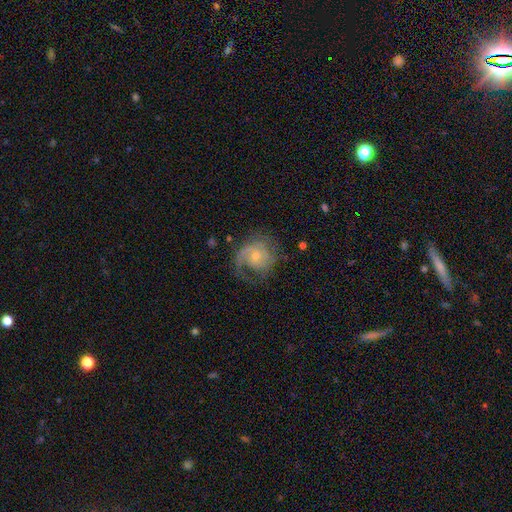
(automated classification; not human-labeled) smooth_or_featured: featured or disk (p=0.79) [alt: smooth p=0.14]
disk_edge_on: no (p=0.98) [alt: yes p=0.02]
bar: no (p=0.72) [alt: weak p=0.24]
has_spiral_arms: yes (p=0.93) [alt: no p=0.07]
spiral_winding: medium (p=0.41) [alt: tight p=0.39]
spiral_arm_count: 2 (p=0.38) [tied with: 1 p=0.38]
bulge_size: small (p=0.60) [alt: moderate p=0.35]
merging: none (p=0.59) [alt: minor disturbance p=0.20]